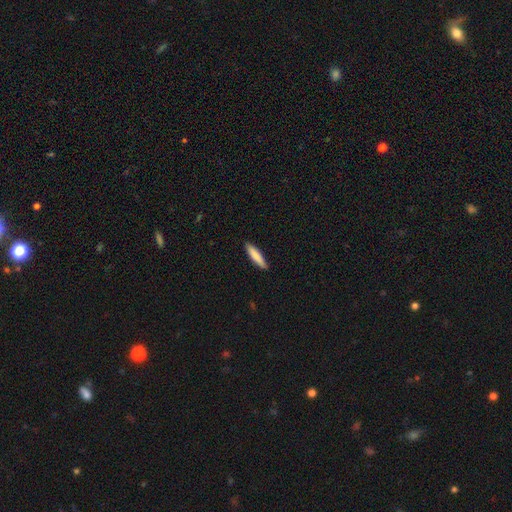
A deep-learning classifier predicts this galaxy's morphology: Q: Smooth or featured?
A: smooth (83%); runner-up: featured or disk (11%)
Q: How rounded?
A: cigar-shaped (83%); runner-up: in between (15%)
Q: Merging?
A: none (90%); runner-up: minor disturbance (7%)